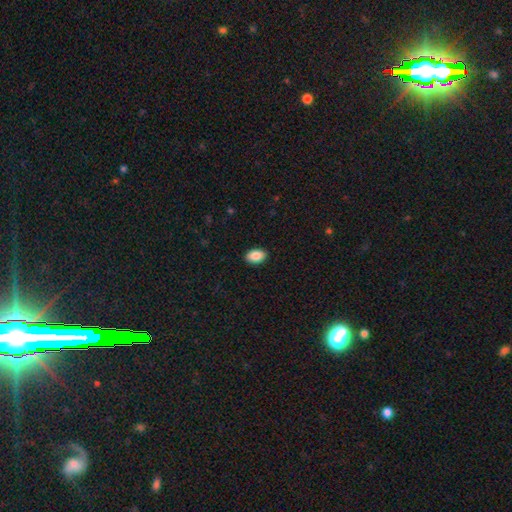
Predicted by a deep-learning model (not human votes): smooth 88%, star or artifact 7%, featured or disk 5%. Down the decision tree: how rounded — in between (90%); merging — none (90%).